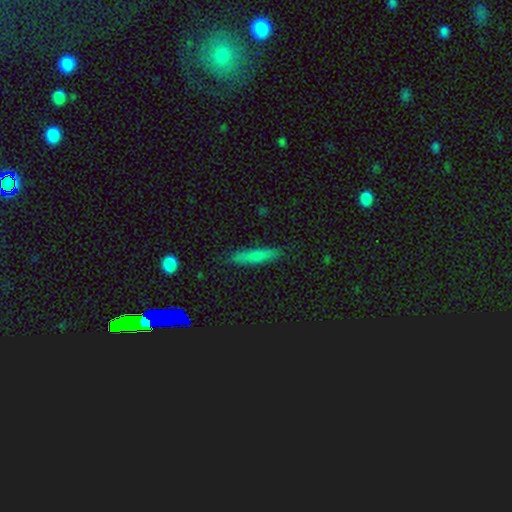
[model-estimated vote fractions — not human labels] Smooth or featured? Predicted: smooth (p=0.74). How rounded? Predicted: cigar-shaped (p=0.84). Merging? Predicted: none (p=0.85).